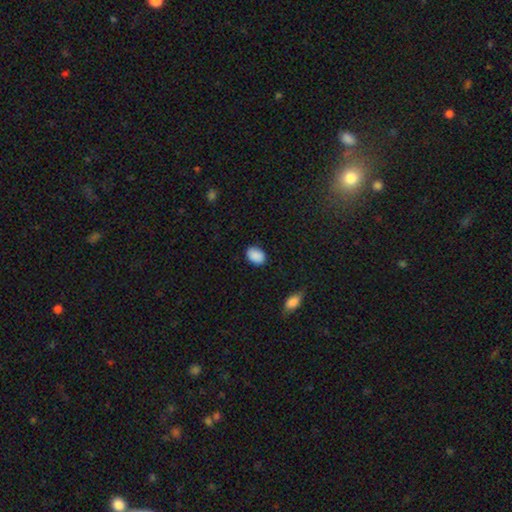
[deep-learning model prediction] A smooth galaxy with no disk features (89%) that is in between round and cigar-shaped (79%).

Vote fractions:
- Smooth or featured? smooth: 89% / star or artifact: 8% / featured or disk: 3%
- How rounded? in between: 79% / round: 20% / cigar-shaped: 1%
- Merging? none: 82% / minor disturbance: 14% / major disturbance: 3% / merger: 2%